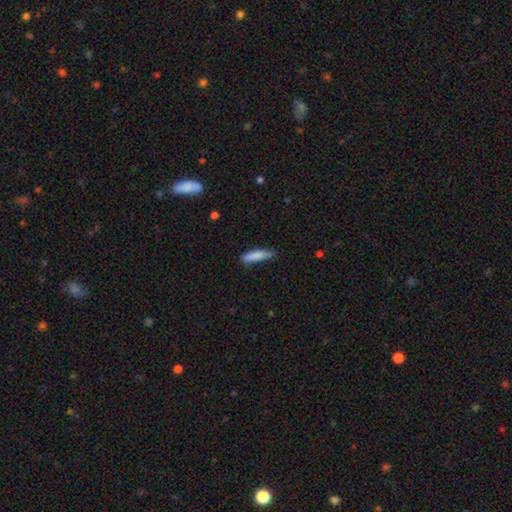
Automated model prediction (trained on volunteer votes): Morphology: type=smooth (82%); roundness=cigar-shaped (82%); merging=none (75%).